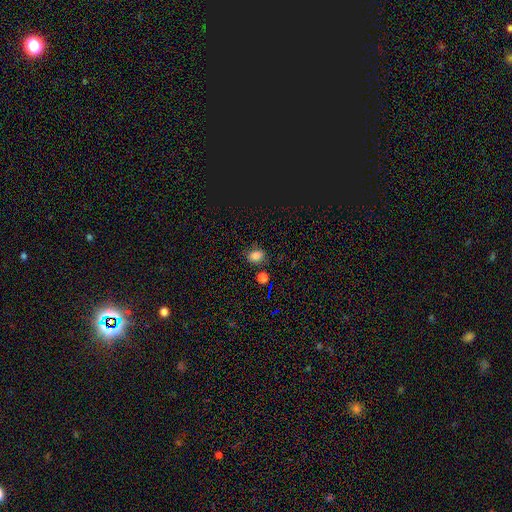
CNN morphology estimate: Smooth or featured?
  - smooth: 79% *
  - star or artifact: 16%
  - featured or disk: 5%
How rounded?
  - in between: 54% *
  - round: 45%
  - cigar-shaped: 1%
Merging?
  - none: 74% *
  - minor disturbance: 15%
  - merger: 6%
  - major disturbance: 4%